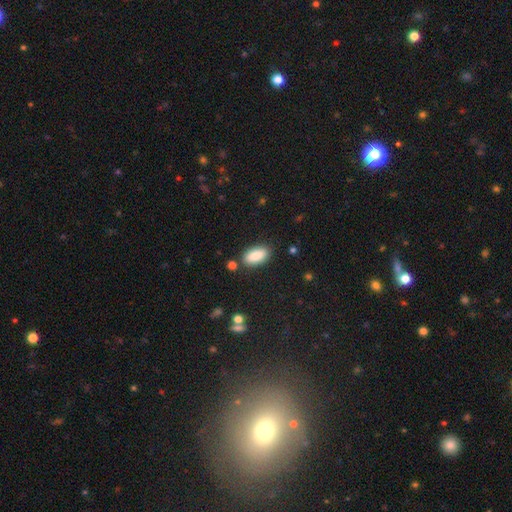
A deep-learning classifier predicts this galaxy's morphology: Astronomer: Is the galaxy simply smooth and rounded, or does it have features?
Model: smooth — 87%.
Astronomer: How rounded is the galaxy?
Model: in between — 91%.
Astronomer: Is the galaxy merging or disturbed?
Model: none — 84%.